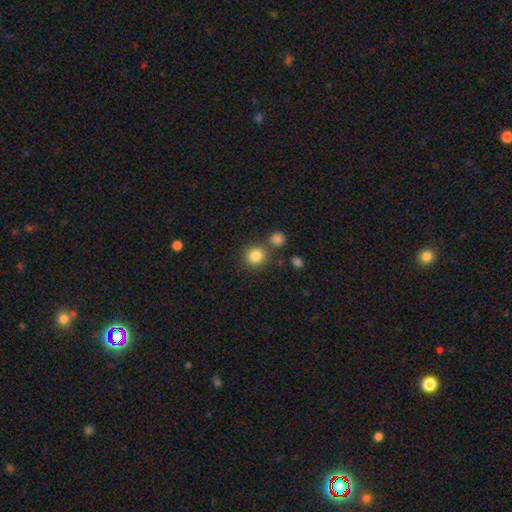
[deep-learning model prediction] The model was most divided on "merging": none: 74%, merger: 13%, minor disturbance: 9%, major disturbance: 3%. More confident: how rounded — round (87%); smooth or featured — smooth (84%).